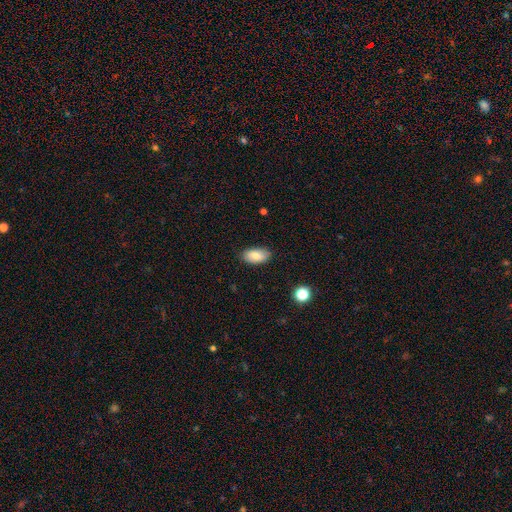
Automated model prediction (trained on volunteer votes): Q: Smooth or featured?
A: smooth (82%); runner-up: featured or disk (11%)
Q: How rounded?
A: in between (93%); runner-up: round (3%)
Q: Merging?
A: none (84%); runner-up: minor disturbance (12%)